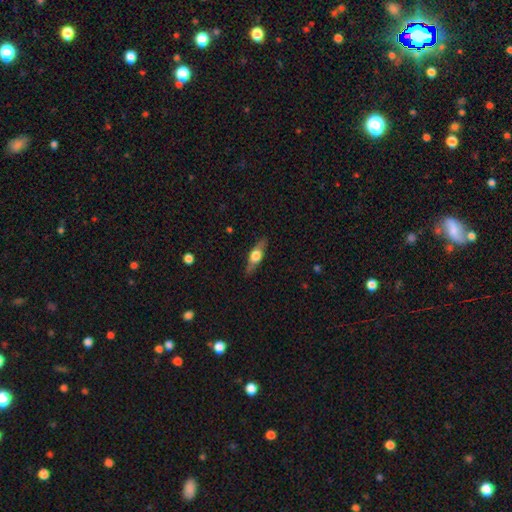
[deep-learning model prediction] smooth_or_featured: featured or disk (p=0.55) [alt: smooth p=0.39]
disk_edge_on: yes (p=0.91) [alt: no p=0.09]
merging: none (p=0.86) [alt: minor disturbance p=0.11]